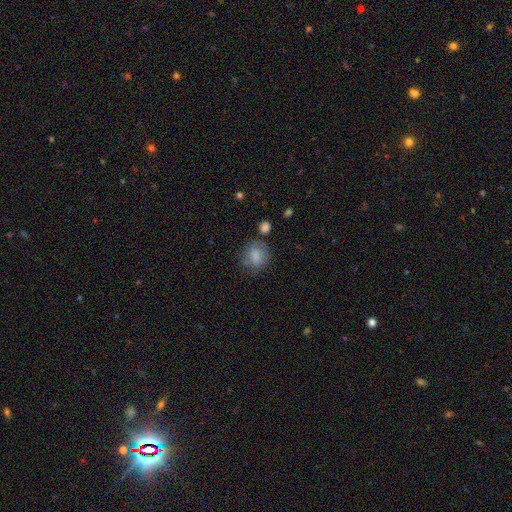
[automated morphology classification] The model was most divided on "how rounded": round: 70%, in between: 29%, cigar-shaped: 1%. More confident: smooth or featured — smooth (81%); merging — none (65%).